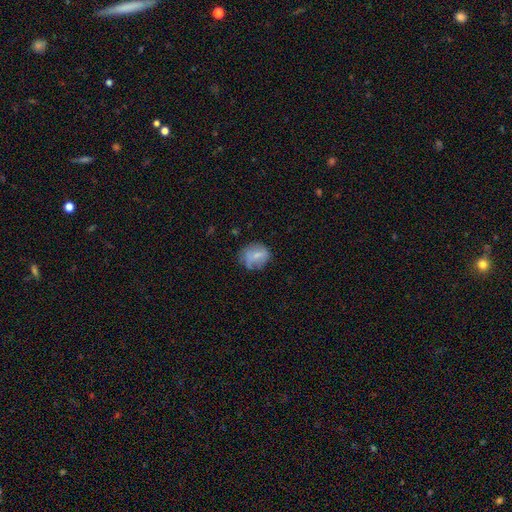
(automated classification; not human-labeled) smooth 64%, featured or disk 27%, star or artifact 9%. Down the decision tree: how rounded — round (57%); merging — none (57%).